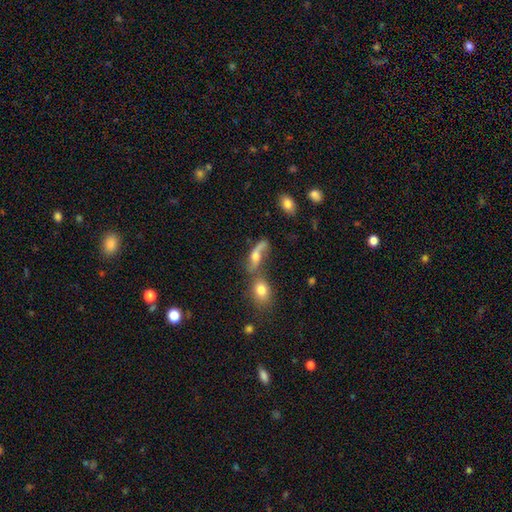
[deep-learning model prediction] A featured or disk galaxy (55%). Merging: merger (38%).